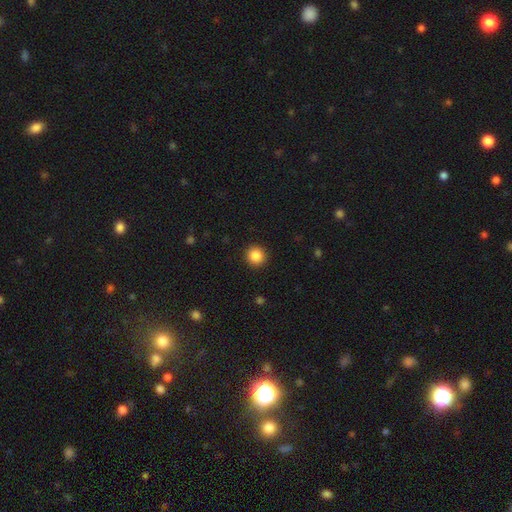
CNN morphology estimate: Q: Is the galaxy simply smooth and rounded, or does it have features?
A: smooth — 87%.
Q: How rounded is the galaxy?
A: round — 94%.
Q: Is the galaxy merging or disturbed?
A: none — 92%.